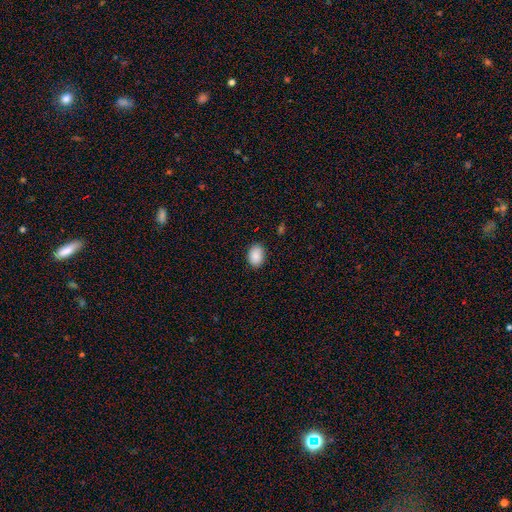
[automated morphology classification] type=smooth (88%); roundness=in between (78%); merging=none (85%).